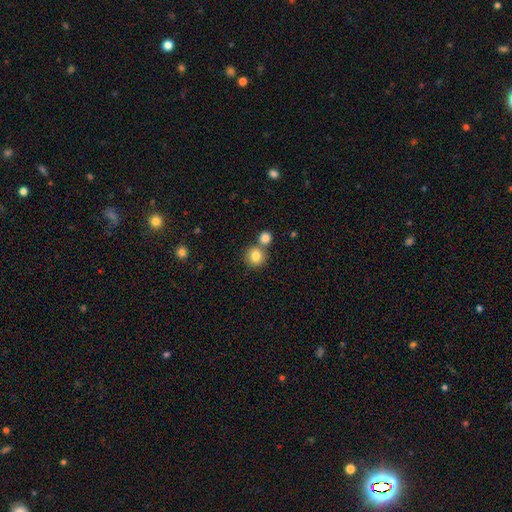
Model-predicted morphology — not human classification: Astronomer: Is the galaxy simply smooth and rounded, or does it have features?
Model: smooth — 83%.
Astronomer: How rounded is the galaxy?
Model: round — 89%.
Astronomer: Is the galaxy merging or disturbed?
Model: none — 60%.